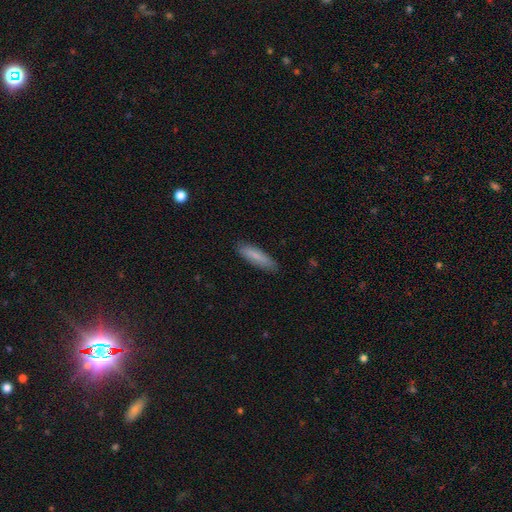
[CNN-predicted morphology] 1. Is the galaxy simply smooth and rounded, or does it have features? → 80% smooth, 14% featured or disk, 6% star or artifact.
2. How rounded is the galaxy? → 69% cigar-shaped, 29% in between, 1% round.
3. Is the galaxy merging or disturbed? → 86% none, 11% minor disturbance, 2% major disturbance, 1% merger.